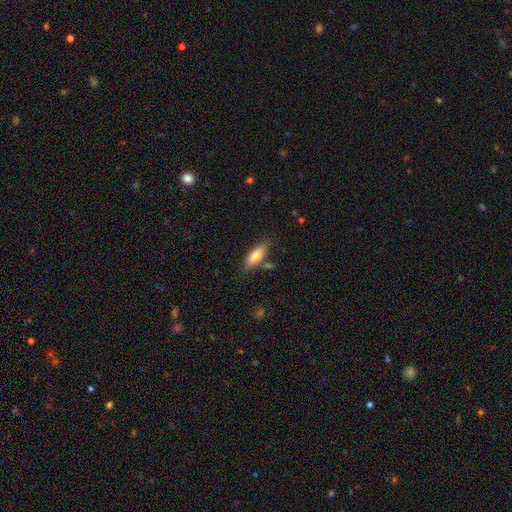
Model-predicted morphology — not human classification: Q: Smooth or featured?
A: smooth (69%); runner-up: featured or disk (24%)
Q: How rounded?
A: in between (63%); runner-up: cigar-shaped (34%)
Q: Merging?
A: none (74%); runner-up: minor disturbance (15%)